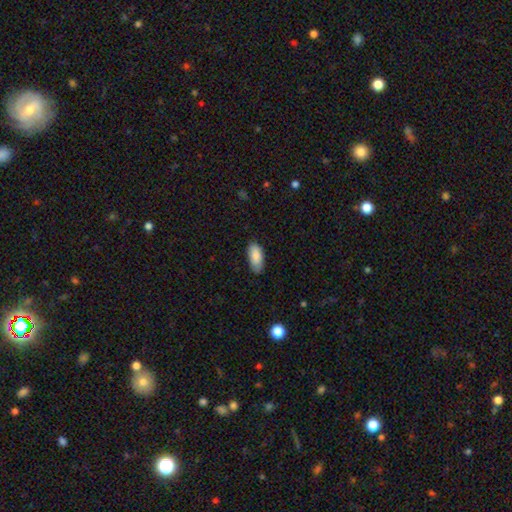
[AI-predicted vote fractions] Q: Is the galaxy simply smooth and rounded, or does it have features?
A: smooth — 87%.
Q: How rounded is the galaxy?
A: in between — 86%.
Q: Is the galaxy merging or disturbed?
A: none — 78%.